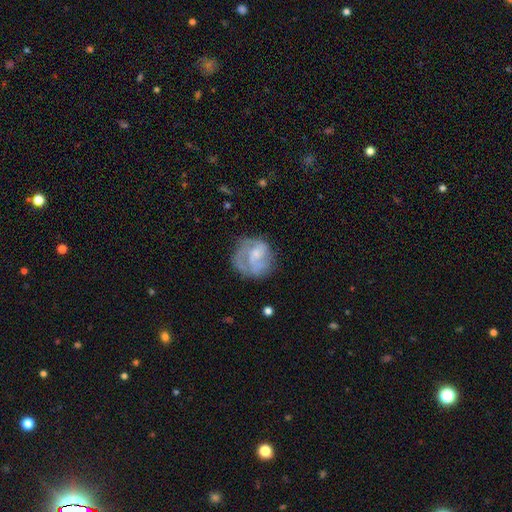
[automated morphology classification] Q: Smooth or featured?
A: featured or disk (63%); runner-up: smooth (30%)
Q: Edge-on disk?
A: no (98%); runner-up: yes (2%)
Q: Bar?
A: no (61%); runner-up: weak (33%)
Q: Spiral arms?
A: yes (76%); runner-up: no (24%)
Q: Bulge size?
A: small (44%); runner-up: moderate (34%)
Q: Merging?
A: none (57%); runner-up: minor disturbance (23%)